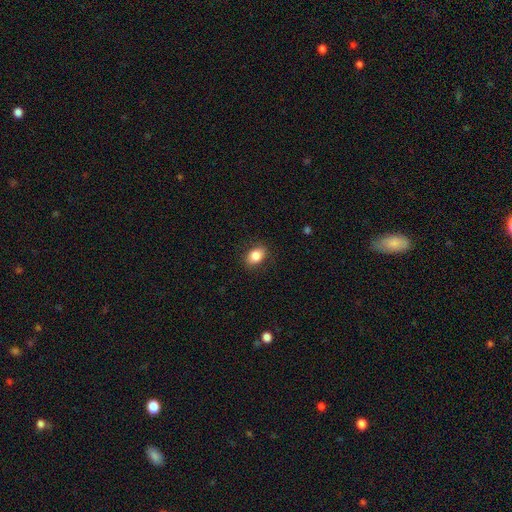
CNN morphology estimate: This is clearly a smooth galaxy (85%). How rounded: likely in between (74%). Merging: clearly none (86%).